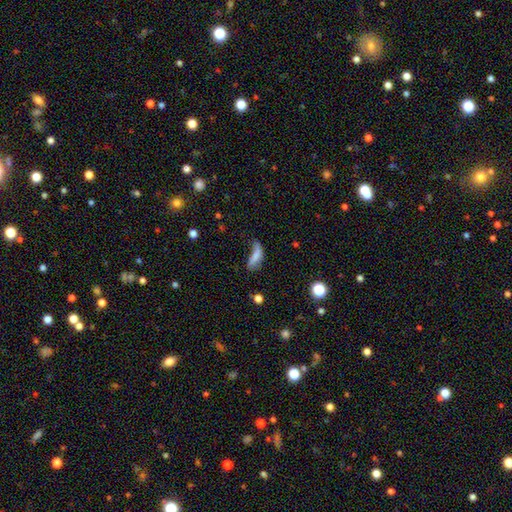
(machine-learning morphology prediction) A smooth galaxy with no disk features (66%) that is in between round and cigar-shaped (61%). Merging: major disturbance (35%).